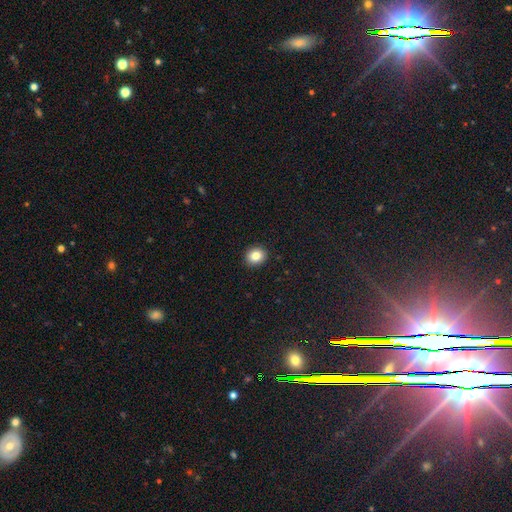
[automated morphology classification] This appears to be a smooth galaxy with no disk features (84%) that is round (71%). Merging: none (92%).